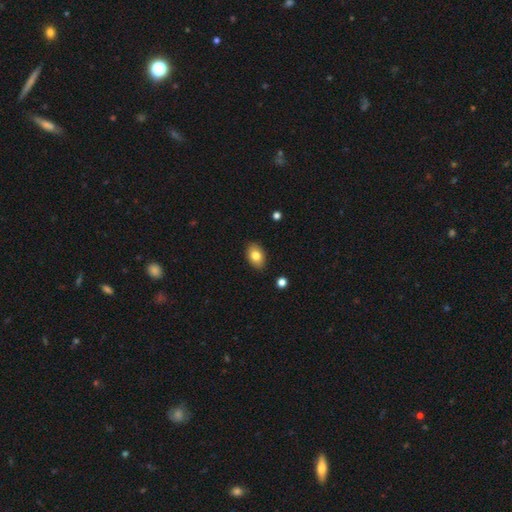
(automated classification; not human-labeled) Smooth or featured? smooth (81%)
How rounded? in between (83%)
Merging? none (88%)